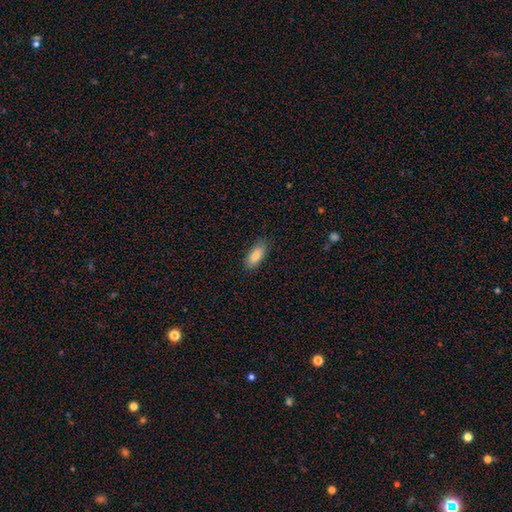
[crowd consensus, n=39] A smooth galaxy with no disk features (82%) that is in between round and cigar-shaped (81%).

Vote fractions:
- Smooth or featured? smooth: 82% / featured or disk: 13% / star or artifact: 5%
- How rounded? in between: 81% / cigar-shaped: 19% / round: 0%
- Merging? none: 76% / minor disturbance: 22% / major disturbance: 3% / merger: 0%